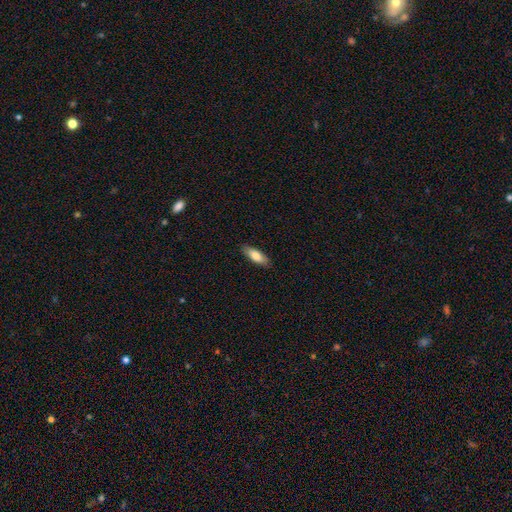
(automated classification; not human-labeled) Morphology: type=smooth (80%); roundness=in between (65%); merging=none (88%).